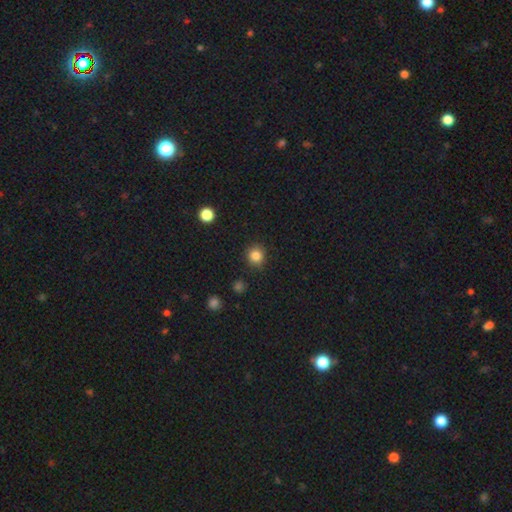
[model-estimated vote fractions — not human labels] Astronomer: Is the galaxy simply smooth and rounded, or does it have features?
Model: smooth — 84%.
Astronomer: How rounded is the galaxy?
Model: round — 90%.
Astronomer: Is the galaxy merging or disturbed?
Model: none — 89%.